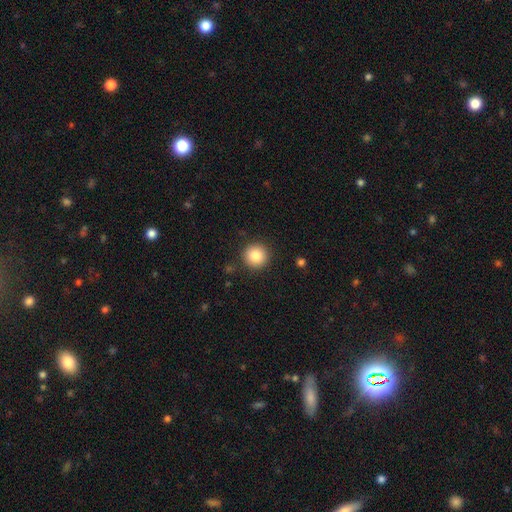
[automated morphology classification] The model was most divided on "smooth or featured": smooth: 84%, star or artifact: 10%, featured or disk: 6%. More confident: how rounded — round (95%); merging — none (91%).